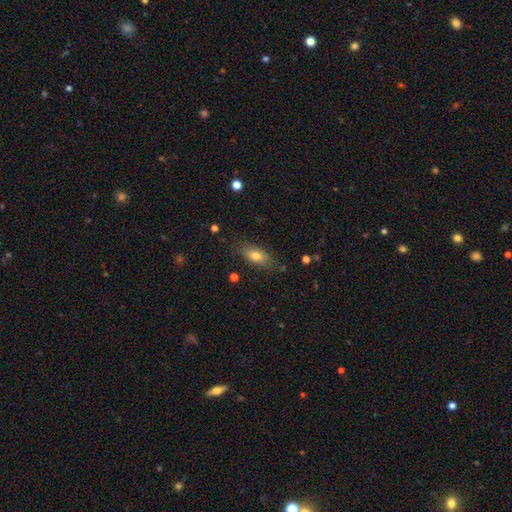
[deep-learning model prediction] Smooth or featured: smooth — 76% (featured or disk — 15%)
How rounded: in between — 83% (cigar-shaped — 11%)
Merging: none — 79% (minor disturbance — 15%)